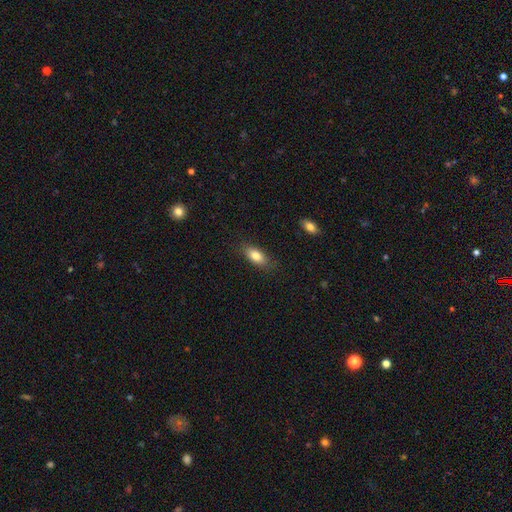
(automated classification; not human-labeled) Overall: smooth (81%). How rounded: in between (82%). Merging: none (83%).